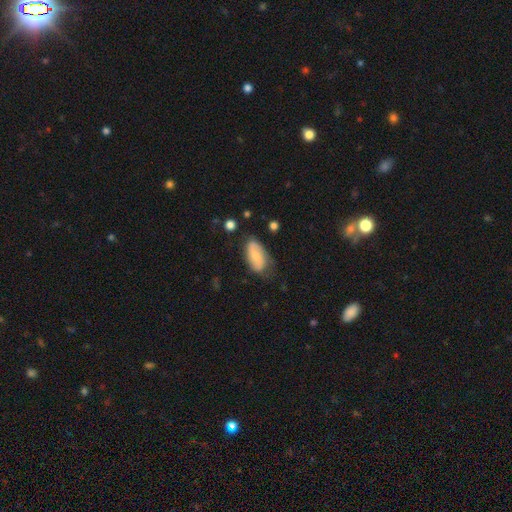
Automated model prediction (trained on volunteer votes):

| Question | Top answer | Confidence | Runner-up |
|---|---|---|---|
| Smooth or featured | smooth | 62% | featured or disk (32%) |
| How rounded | in between | 91% | cigar-shaped (5%) |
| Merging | none | 60% | minor disturbance (29%) |